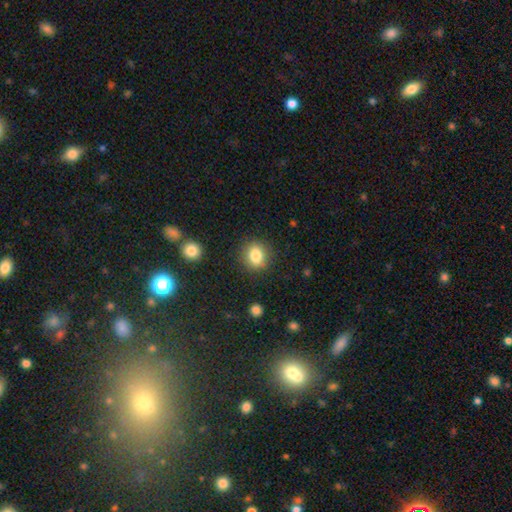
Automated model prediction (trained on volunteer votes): Smooth or featured?
  - smooth: 84% *
  - star or artifact: 10%
  - featured or disk: 6%
How rounded?
  - round: 70% *
  - in between: 29%
  - cigar-shaped: 1%
Merging?
  - none: 86% *
  - minor disturbance: 10%
  - major disturbance: 3%
  - merger: 2%